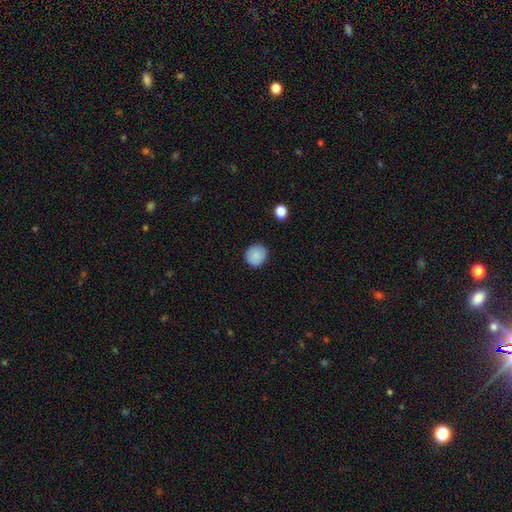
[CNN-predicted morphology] A smooth galaxy with no disk features (88%) that is round (88%).

Vote fractions:
- Smooth or featured? smooth: 88% / star or artifact: 8% / featured or disk: 4%
- How rounded? round: 88% / in between: 11% / cigar-shaped: 1%
- Merging? none: 89% / minor disturbance: 8% / major disturbance: 2% / merger: 1%